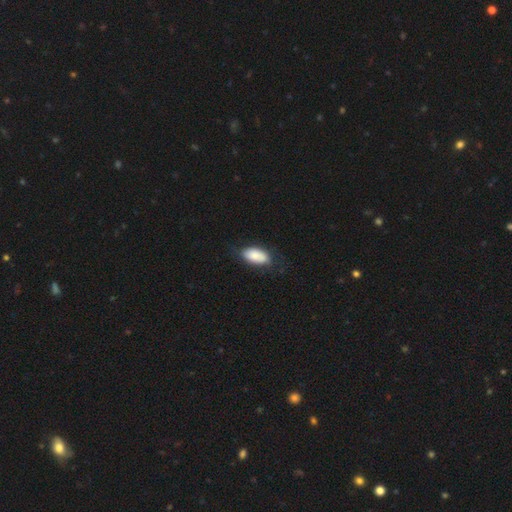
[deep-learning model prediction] Smooth or featured?
  - smooth: 85% *
  - featured or disk: 9%
  - star or artifact: 6%
How rounded?
  - in between: 92% *
  - cigar-shaped: 5%
  - round: 3%
Merging?
  - none: 72% *
  - minor disturbance: 21%
  - major disturbance: 6%
  - merger: 1%